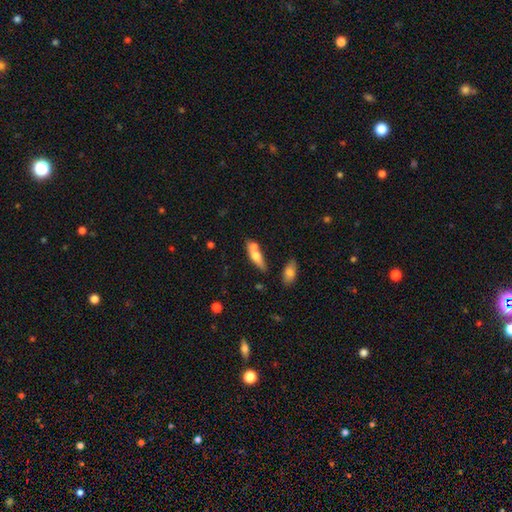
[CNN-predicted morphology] type=smooth (64%); roundness=in between (50%); merging=none (42%).